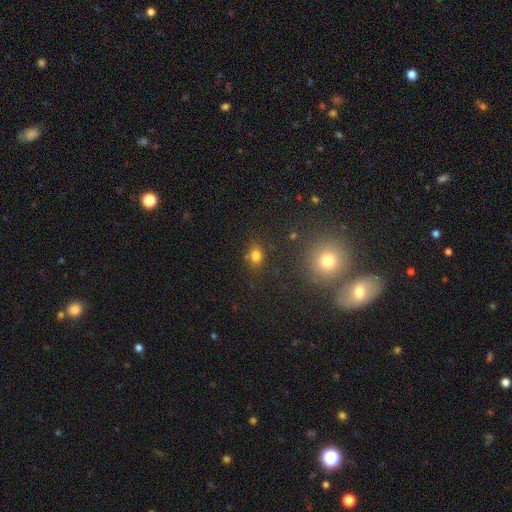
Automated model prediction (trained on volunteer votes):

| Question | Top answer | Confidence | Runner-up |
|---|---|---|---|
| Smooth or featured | smooth | 77% | star or artifact (17%) |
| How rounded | round | 56% | in between (43%) |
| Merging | none | 74% | minor disturbance (14%) |